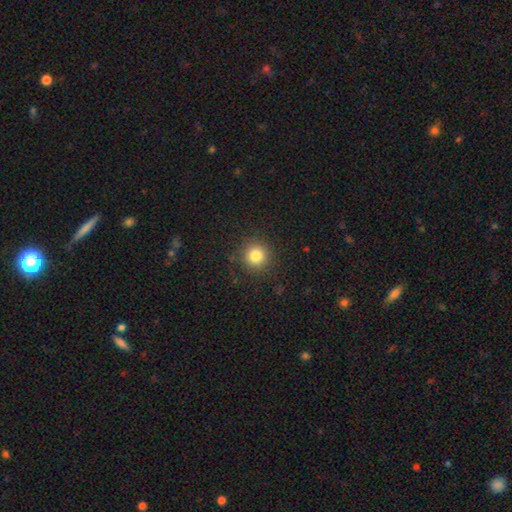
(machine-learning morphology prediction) A smooth galaxy with no disk features (82%) that is round (94%). Merging: none (90%).